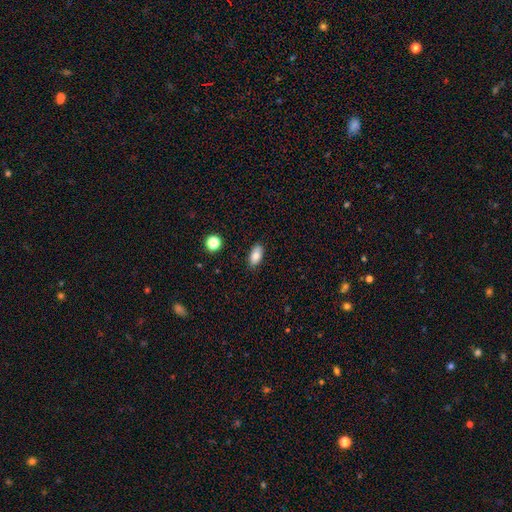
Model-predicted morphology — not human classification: smooth_or_featured: smooth (p=0.83) [alt: star or artifact p=0.08]
how_rounded: in between (p=0.90) [alt: cigar-shaped p=0.05]
merging: none (p=0.86) [alt: minor disturbance p=0.11]